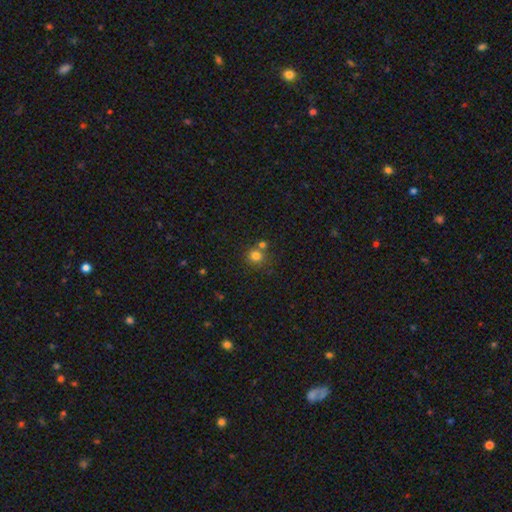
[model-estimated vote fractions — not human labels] Q: Smooth or featured?
A: smooth (78%); runner-up: star or artifact (14%)
Q: How rounded?
A: round (85%); runner-up: in between (14%)
Q: Merging?
A: none (59%); runner-up: merger (28%)